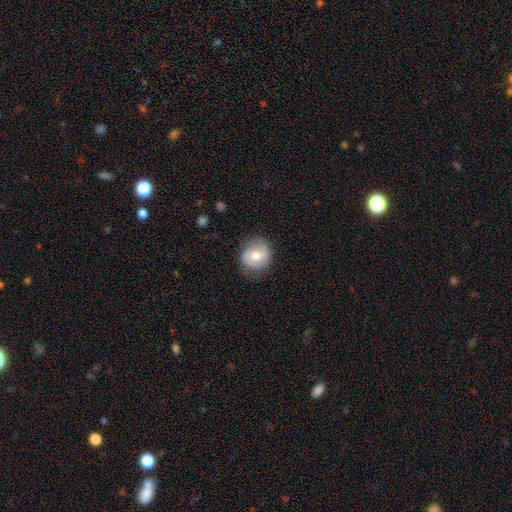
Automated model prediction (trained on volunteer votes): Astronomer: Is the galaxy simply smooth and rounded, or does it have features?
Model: smooth — 69%.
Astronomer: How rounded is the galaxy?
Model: round — 81%.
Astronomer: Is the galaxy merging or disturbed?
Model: none — 77%.